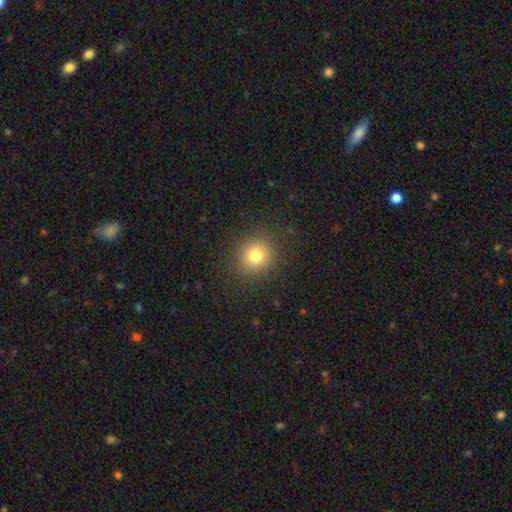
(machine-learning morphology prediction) This appears to be a smooth galaxy with no disk features (78%) that is round (89%). Merging: none (89%).